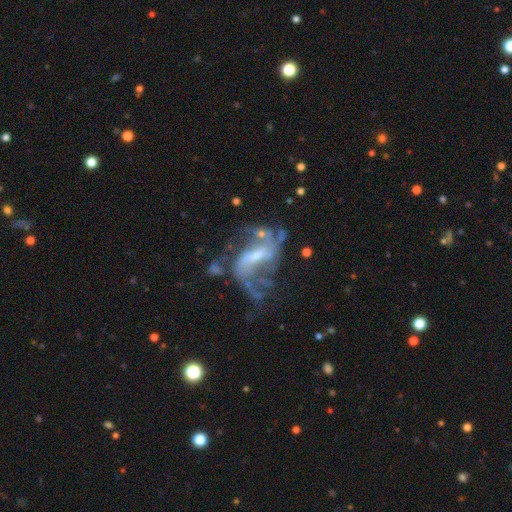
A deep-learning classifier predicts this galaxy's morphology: Smooth or featured? featured or disk (85%)
Edge-on disk? no (97%)
Bar? weak (47%)
Spiral arms? yes (90%)
Spiral winding? loose (52%)
Spiral arm count? 2 (51%)
Bulge size? small (56%)
Merging? none (42%)